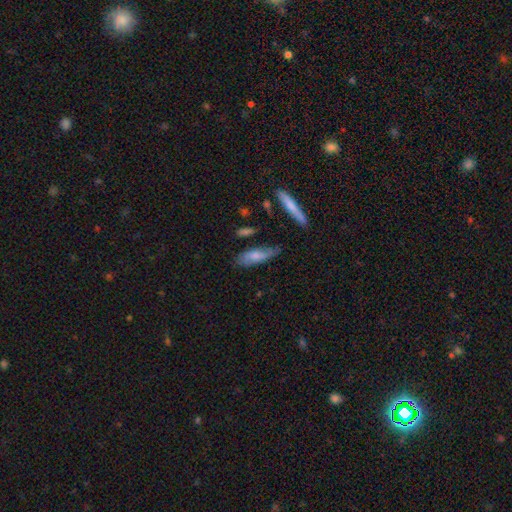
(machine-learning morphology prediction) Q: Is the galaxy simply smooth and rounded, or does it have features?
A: smooth — 65%.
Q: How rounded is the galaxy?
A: in between — 51%.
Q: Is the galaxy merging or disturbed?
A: none — 56%.